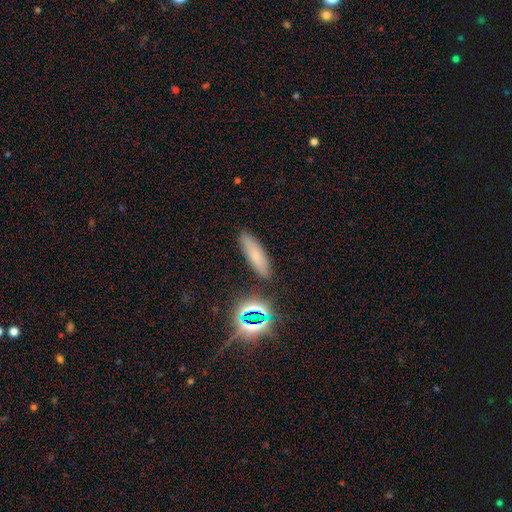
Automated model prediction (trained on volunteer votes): smooth_or_featured: smooth (p=0.62) [alt: star or artifact p=0.19]
how_rounded: cigar-shaped (p=0.58) [alt: in between p=0.39]
merging: none (p=0.85) [alt: minor disturbance p=0.09]